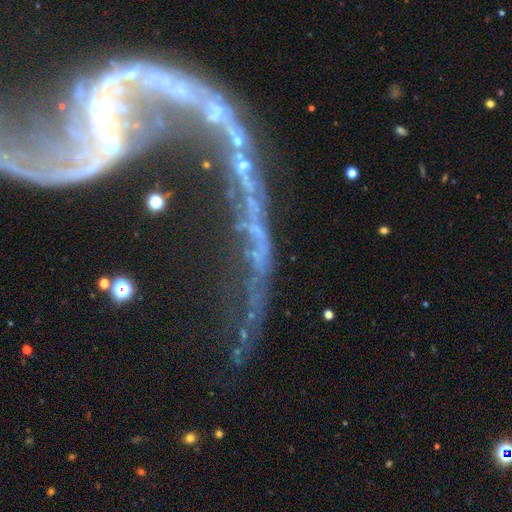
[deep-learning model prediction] smooth_or_featured: featured or disk (p=0.45) [alt: star or artifact p=0.37]
merging: none (p=0.33) [alt: major disturbance p=0.32]